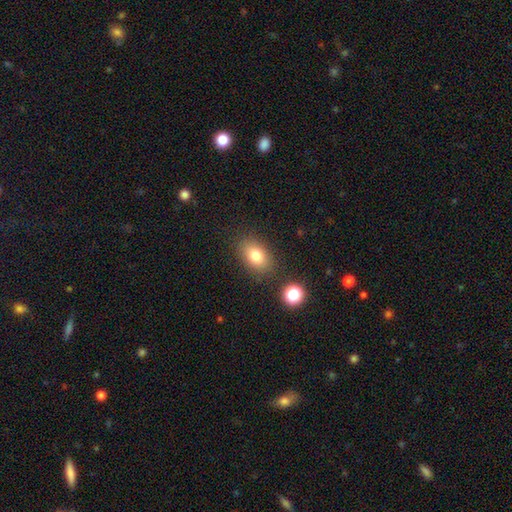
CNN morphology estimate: Smooth or featured? smooth (78%)
How rounded? in between (83%)
Merging? none (83%)